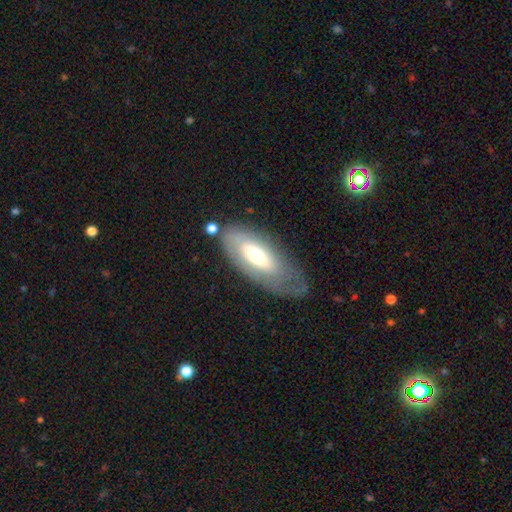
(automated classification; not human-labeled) The model was most divided on "smooth or featured": smooth: 49%, featured or disk: 44%, star or artifact: 7%. More confident: merging — none (56%).